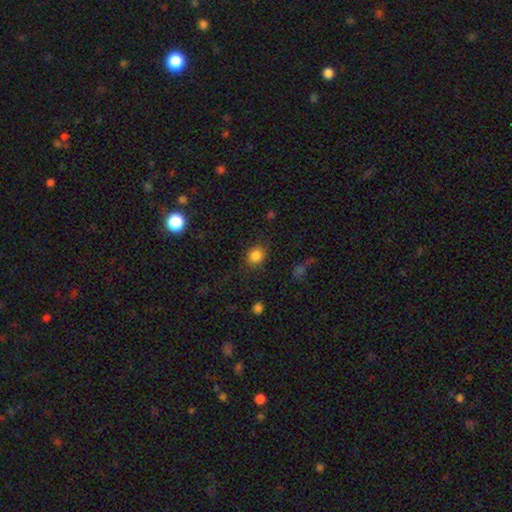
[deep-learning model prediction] Overall: smooth (83%). How rounded: round (66%; in between 33%). Merging: none (81%).